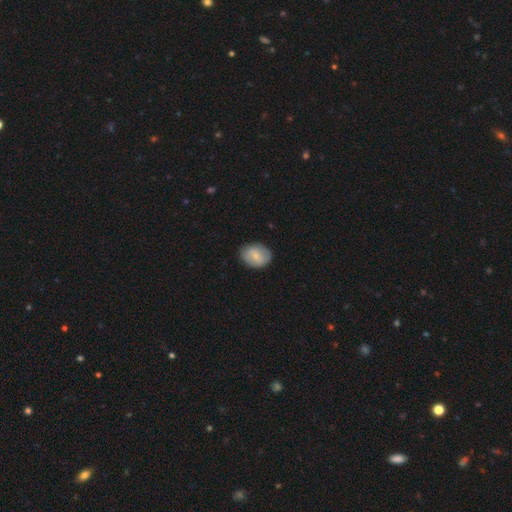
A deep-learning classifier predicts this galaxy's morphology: type=smooth (65%); roundness=in between (56%); merging=none (82%).